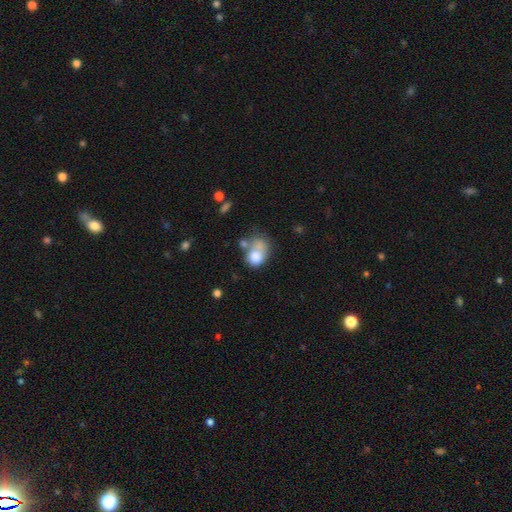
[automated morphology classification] smooth 73%, featured or disk 17%, star or artifact 10%. Down the decision tree: how rounded — in between (59%); merging — merger (40%).